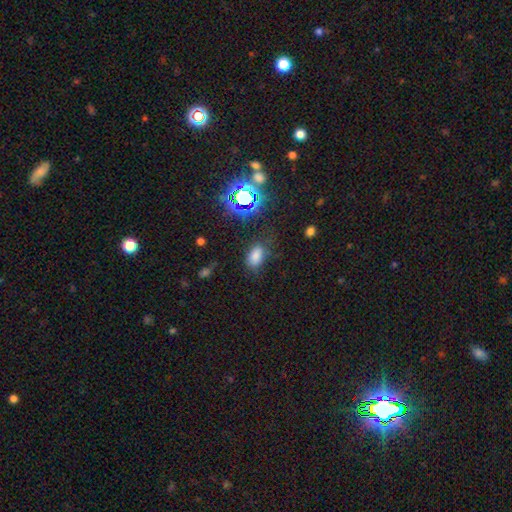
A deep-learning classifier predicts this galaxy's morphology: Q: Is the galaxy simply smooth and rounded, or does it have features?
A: smooth — 72%.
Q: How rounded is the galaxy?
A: in between — 88%.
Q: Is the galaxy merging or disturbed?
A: none — 71%.